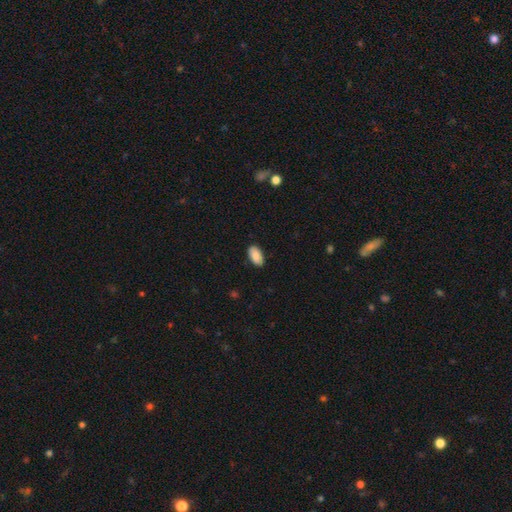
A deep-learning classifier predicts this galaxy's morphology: Smooth or featured? smooth (87%)
How rounded? in between (95%)
Merging? none (88%)